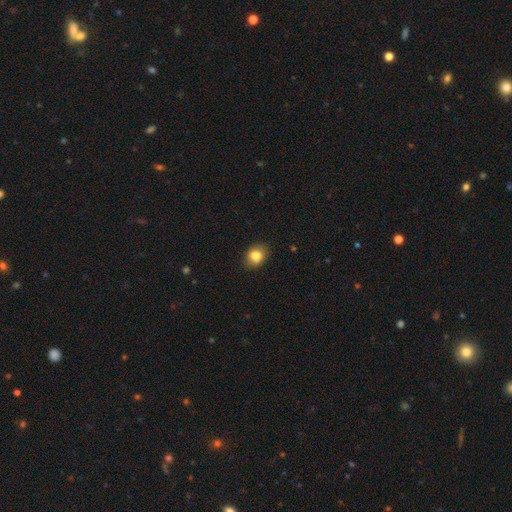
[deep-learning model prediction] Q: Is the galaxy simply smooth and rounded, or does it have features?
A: smooth — 83%.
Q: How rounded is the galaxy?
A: in between — 55%.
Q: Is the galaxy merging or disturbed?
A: none — 85%.